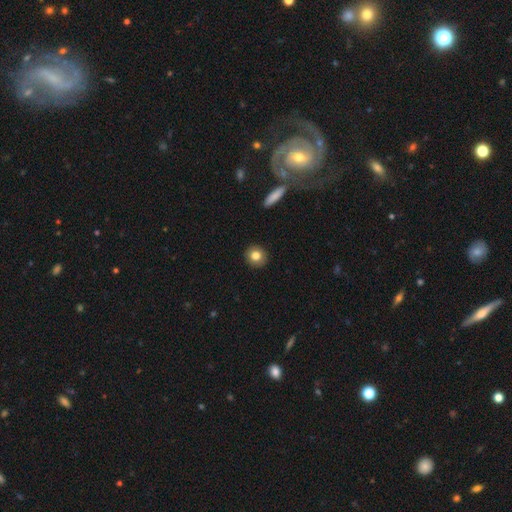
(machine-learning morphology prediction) smooth-or-featured: smooth: 82% | star or artifact: 9% | featured or disk: 9%
  how-rounded: round: 88% | in between: 11% | cigar-shaped: 1%
  merging: none: 92% | minor disturbance: 6% | major disturbance: 2% | merger: 1%